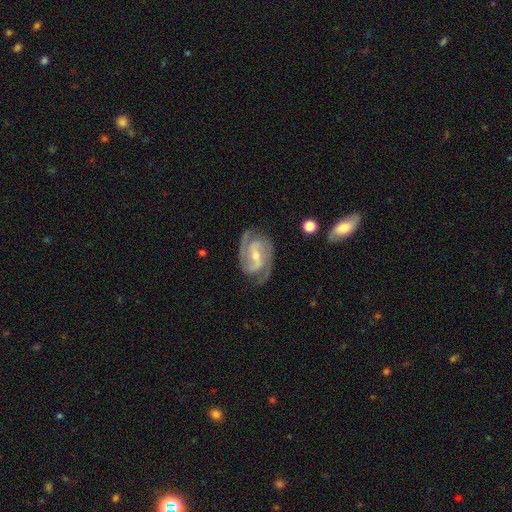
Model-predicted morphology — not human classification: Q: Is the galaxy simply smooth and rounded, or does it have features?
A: featured or disk — 91%.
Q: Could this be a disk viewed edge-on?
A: no — 97%.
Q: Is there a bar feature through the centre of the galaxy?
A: weak — 43%.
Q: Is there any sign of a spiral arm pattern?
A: yes — 98%.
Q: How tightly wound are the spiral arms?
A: medium — 47%.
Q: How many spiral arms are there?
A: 2 — 80%.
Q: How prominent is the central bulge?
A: small — 53%.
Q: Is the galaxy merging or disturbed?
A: none — 80%.